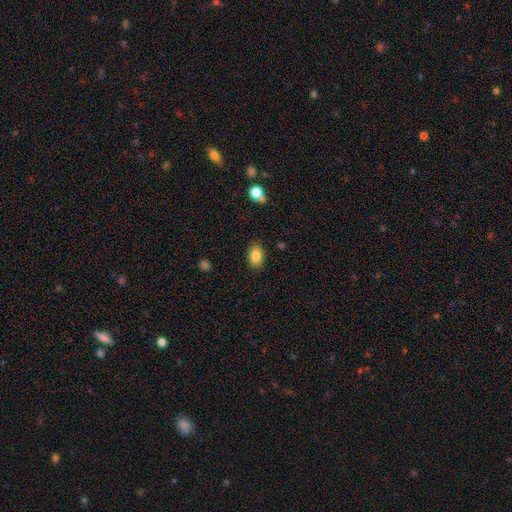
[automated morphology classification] type=smooth (84%); roundness=in between (84%); merging=none (86%).